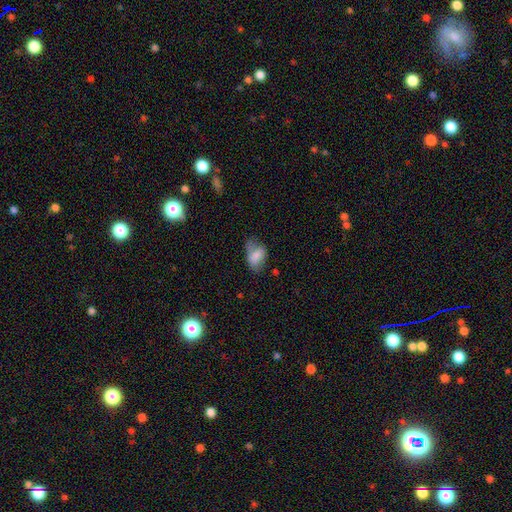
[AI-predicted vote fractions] Morphology: type=smooth (73%); roundness=in between (89%); merging=none (40%).